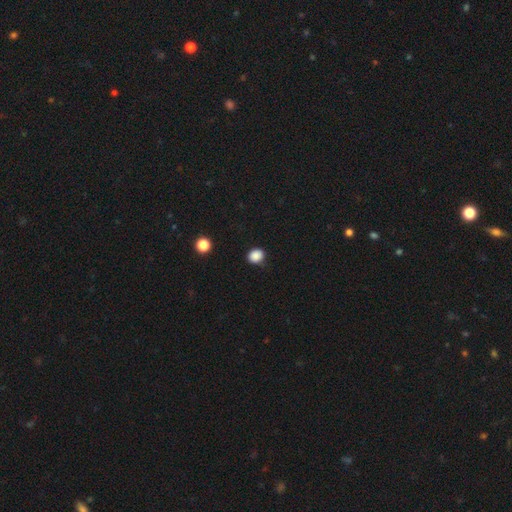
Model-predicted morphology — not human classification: Smooth or featured? smooth (87%)
How rounded? round (69%)
Merging? none (87%)